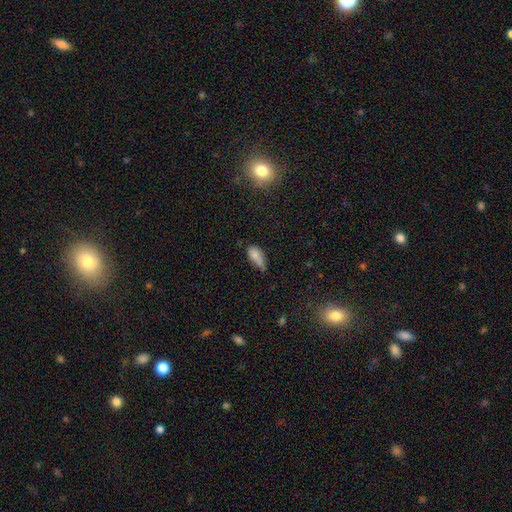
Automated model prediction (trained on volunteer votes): This appears to be a smooth galaxy with no disk features (76%) that is in between round and cigar-shaped (87%). Merging: minor disturbance (39%).